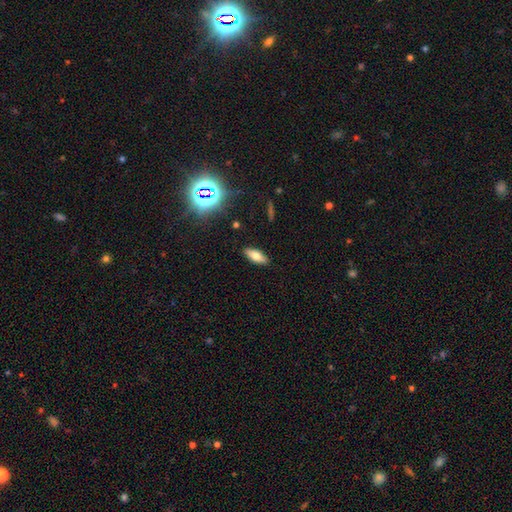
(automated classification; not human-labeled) Smooth or featured? smooth (71%)
How rounded? in between (76%)
Merging? none (89%)